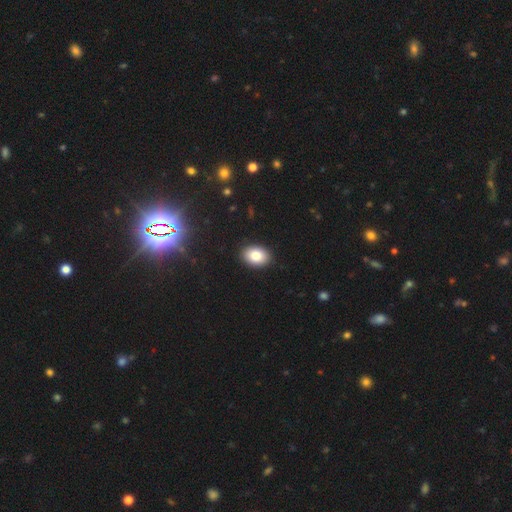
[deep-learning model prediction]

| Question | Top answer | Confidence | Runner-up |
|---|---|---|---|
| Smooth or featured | smooth | 84% | star or artifact (9%) |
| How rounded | in between | 80% | round (19%) |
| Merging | none | 91% | minor disturbance (7%) |